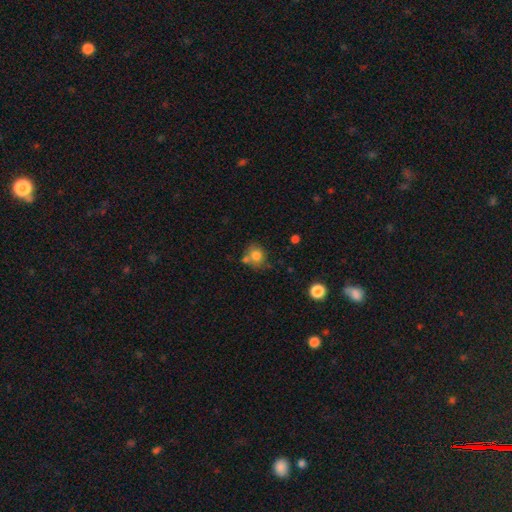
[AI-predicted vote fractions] A smooth galaxy with no disk features (77%) that is round (71%).

Vote fractions:
- Smooth or featured? smooth: 77% / featured or disk: 12% / star or artifact: 11%
- How rounded? round: 71% / in between: 28% / cigar-shaped: 1%
- Merging? none: 57% / merger: 22% / minor disturbance: 16% / major disturbance: 5%